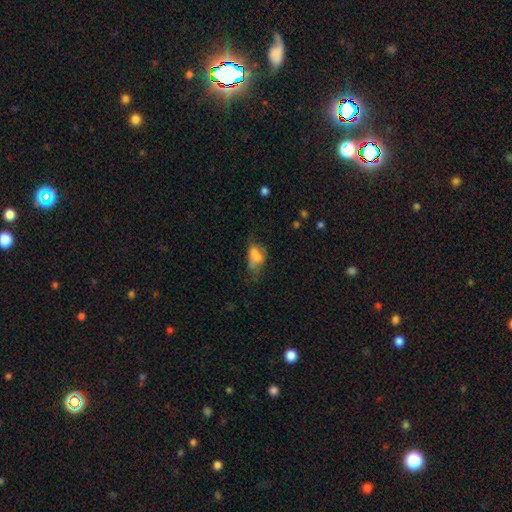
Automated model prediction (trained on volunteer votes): Smooth or featured? smooth (62%)
How rounded? in between (86%)
Merging? major disturbance (31%)